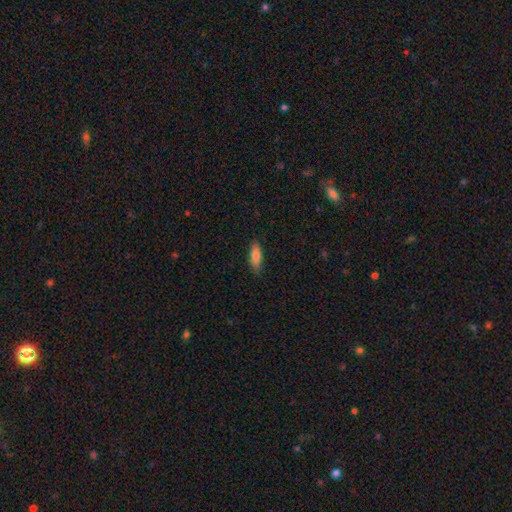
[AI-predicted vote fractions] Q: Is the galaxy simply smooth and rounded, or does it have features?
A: smooth — 77%.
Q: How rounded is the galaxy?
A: cigar-shaped — 50%.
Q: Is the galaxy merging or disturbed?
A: none — 86%.